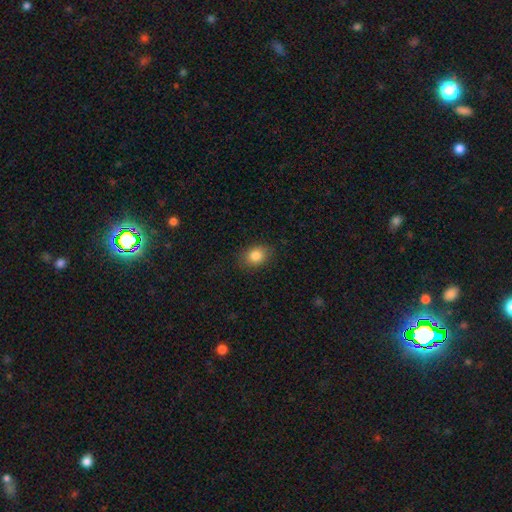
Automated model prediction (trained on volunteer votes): smooth-or-featured: smooth: 85% | star or artifact: 9% | featured or disk: 6%
  how-rounded: in between: 62% | round: 37% | cigar-shaped: 1%
  merging: none: 84% | minor disturbance: 12% | major disturbance: 3% | merger: 1%